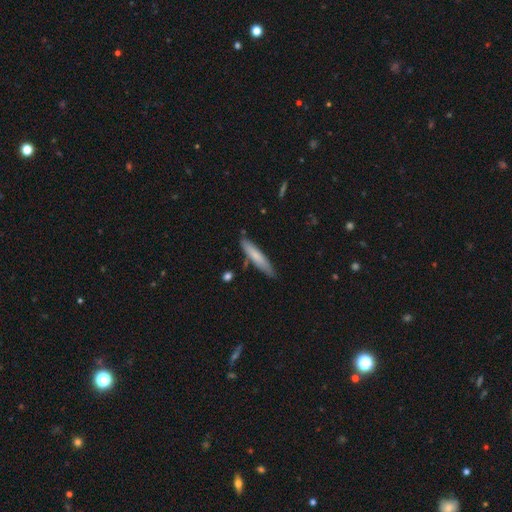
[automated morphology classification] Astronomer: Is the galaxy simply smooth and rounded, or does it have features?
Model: smooth — 72%.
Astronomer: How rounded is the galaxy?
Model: cigar-shaped — 88%.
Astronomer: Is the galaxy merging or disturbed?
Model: none — 78%.